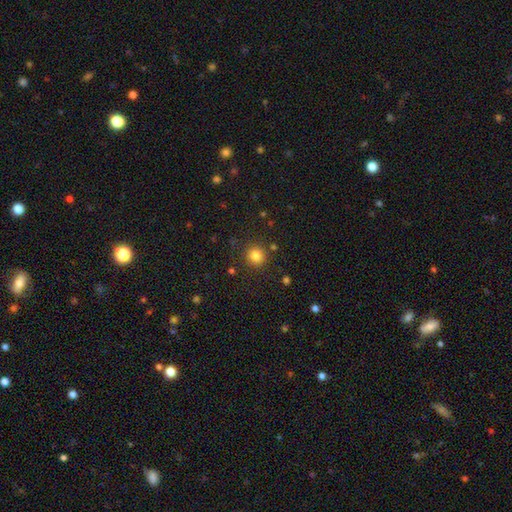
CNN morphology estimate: Q: Smooth or featured?
A: smooth (82%); runner-up: star or artifact (13%)
Q: How rounded?
A: round (94%); runner-up: in between (5%)
Q: Merging?
A: none (88%); runner-up: minor disturbance (7%)